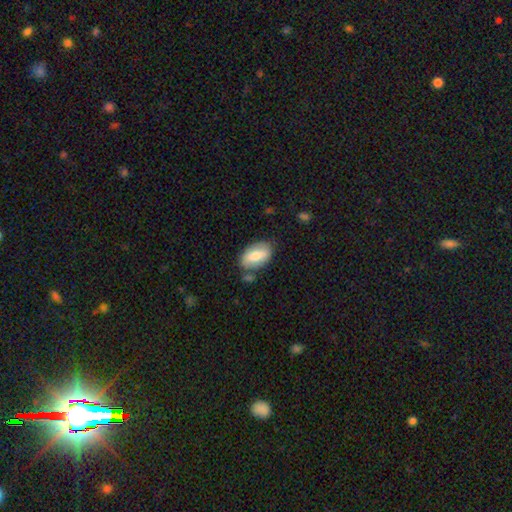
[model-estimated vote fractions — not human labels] Morphology: type=smooth (75%); roundness=in between (93%); merging=none (70%).